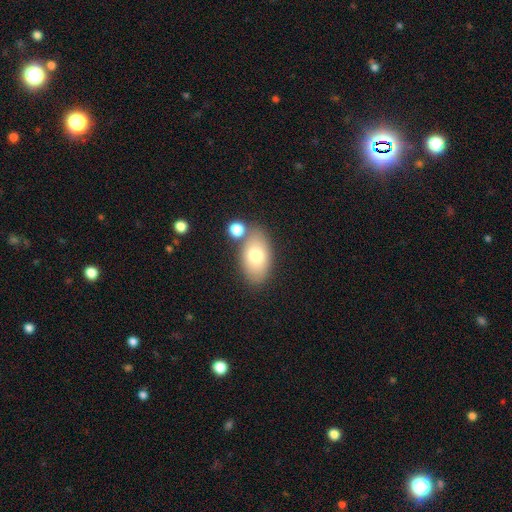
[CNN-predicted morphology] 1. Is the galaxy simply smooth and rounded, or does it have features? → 75% smooth, 17% featured or disk, 8% star or artifact.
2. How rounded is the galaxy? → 91% in between, 7% round, 2% cigar-shaped.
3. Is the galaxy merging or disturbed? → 69% none, 14% merger, 13% minor disturbance, 4% major disturbance.